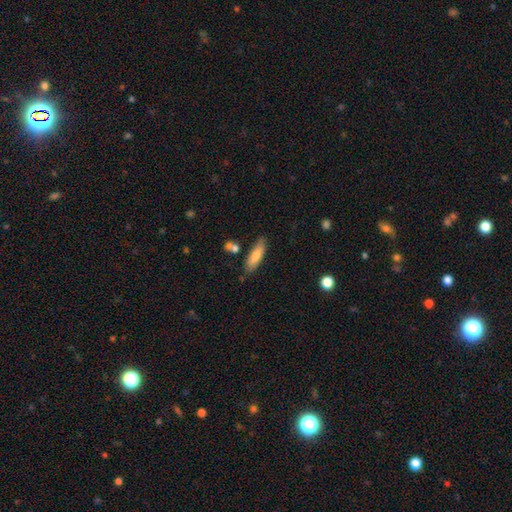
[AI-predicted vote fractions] Smooth or featured? Predicted: smooth (p=0.77). How rounded? Predicted: cigar-shaped (p=0.58). Merging? Predicted: none (p=0.77).